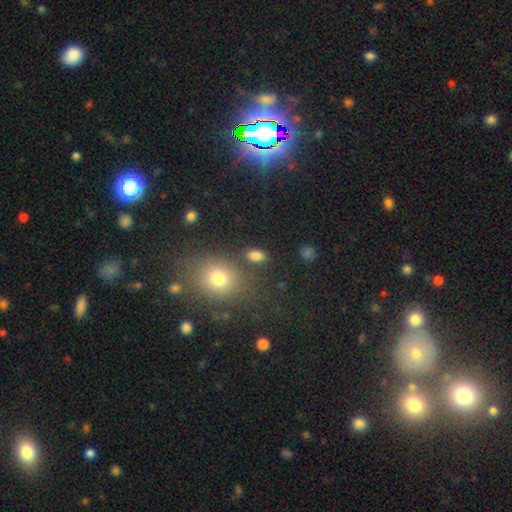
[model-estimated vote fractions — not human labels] Overall: smooth (82%). How rounded: in between (83%). Merging: none (79%).